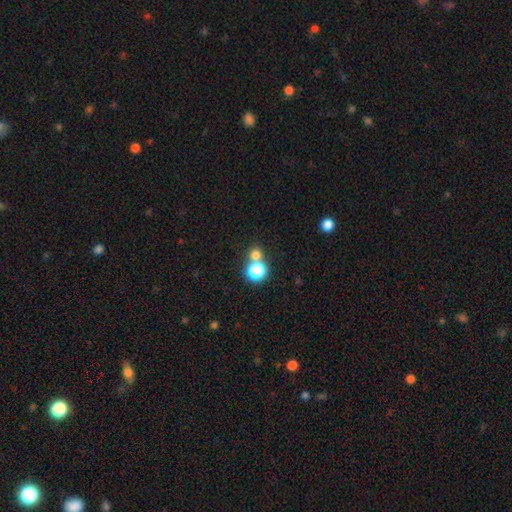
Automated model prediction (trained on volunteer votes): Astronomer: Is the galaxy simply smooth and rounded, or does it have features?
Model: smooth — 70%.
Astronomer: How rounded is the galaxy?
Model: round — 87%.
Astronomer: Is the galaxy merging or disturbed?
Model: none — 59%.